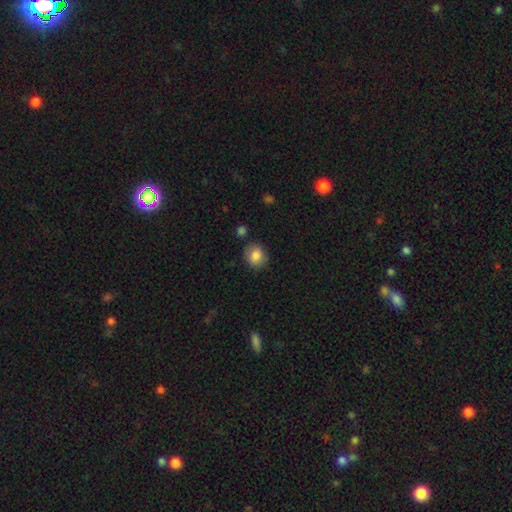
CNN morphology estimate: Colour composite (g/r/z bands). It shows a smooth galaxy with no disk features (85%) that is round (68%). Merging: none (82%).